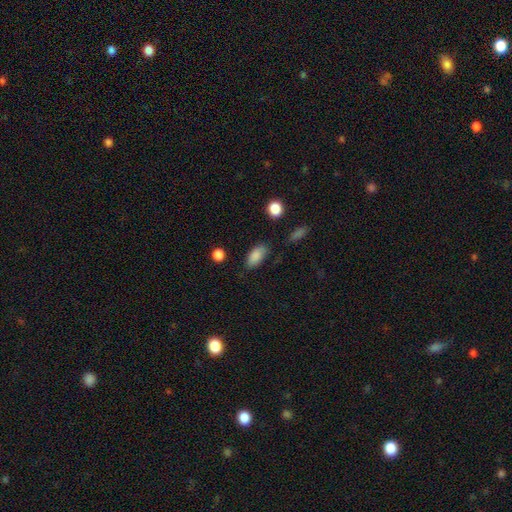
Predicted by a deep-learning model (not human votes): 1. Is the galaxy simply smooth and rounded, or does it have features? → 86% smooth, 8% star or artifact, 6% featured or disk.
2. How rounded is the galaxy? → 90% in between, 6% cigar-shaped, 4% round.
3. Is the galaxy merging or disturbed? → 75% none, 17% minor disturbance, 5% major disturbance, 3% merger.